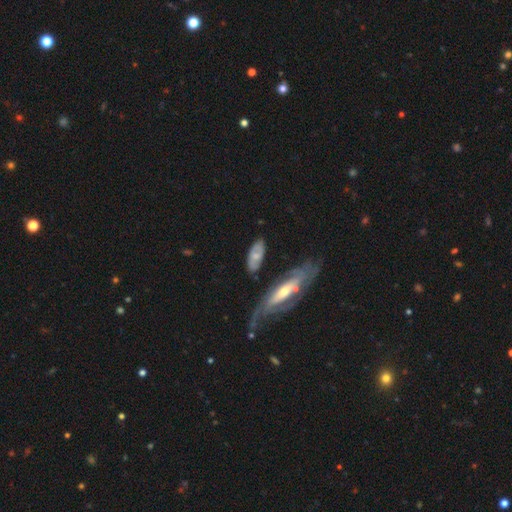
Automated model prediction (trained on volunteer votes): The model was most divided on "smooth or featured": smooth: 48%, featured or disk: 46%, star or artifact: 6%. More confident: merging — none (71%).